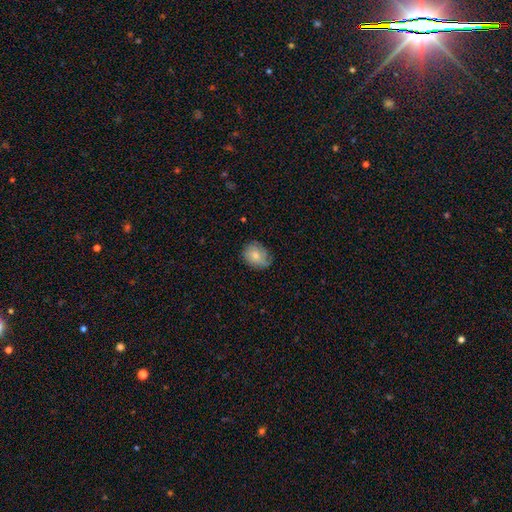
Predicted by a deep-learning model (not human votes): A smooth galaxy with no disk features (73%) that is in between round and cigar-shaped (51%). Merging: none (66%).